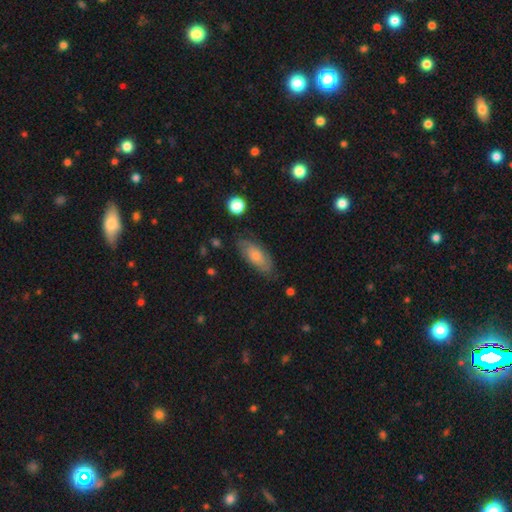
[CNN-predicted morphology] A smooth galaxy with no disk features (58%) that is in between round and cigar-shaped (78%). Merging: none (78%).